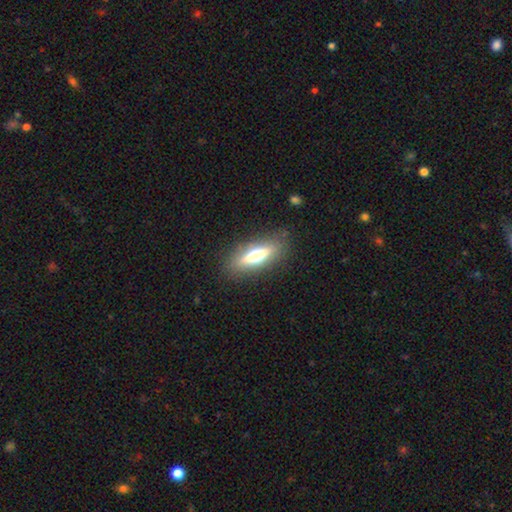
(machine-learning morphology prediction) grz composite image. It shows a smooth galaxy with no disk features (51%) that is cigar-shaped (54%). Merging: none (85%).